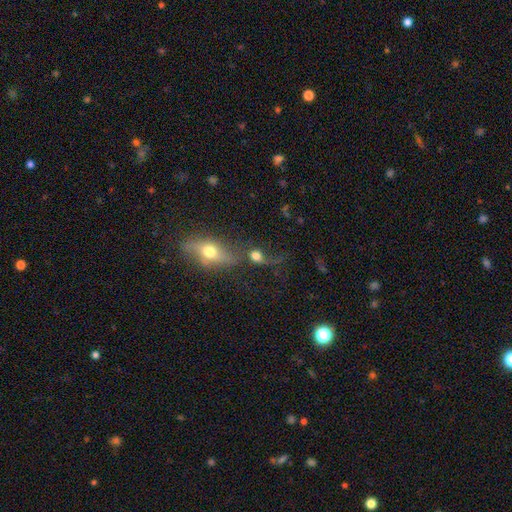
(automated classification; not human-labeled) smooth 56%, featured or disk 28%, star or artifact 16%. Down the decision tree: how rounded — round (51%); merging — merger (37%).